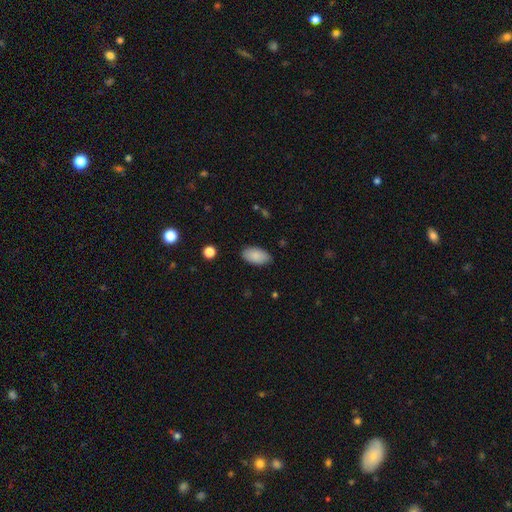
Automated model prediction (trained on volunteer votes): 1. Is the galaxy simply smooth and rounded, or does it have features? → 88% smooth, 6% star or artifact, 6% featured or disk.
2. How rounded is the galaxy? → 95% in between, 3% round, 2% cigar-shaped.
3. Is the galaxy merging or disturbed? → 86% none, 11% minor disturbance, 2% major disturbance, 1% merger.